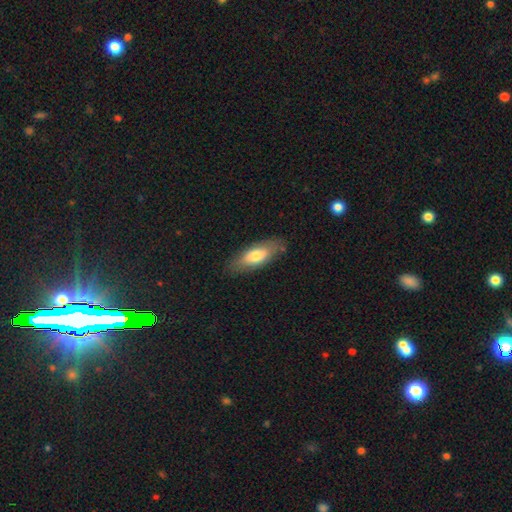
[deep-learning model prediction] smooth-or-featured: smooth: 70% | featured or disk: 24% | star or artifact: 6%
  how-rounded: in between: 68% | cigar-shaped: 30% | round: 2%
  merging: none: 81% | minor disturbance: 14% | major disturbance: 4% | merger: 2%